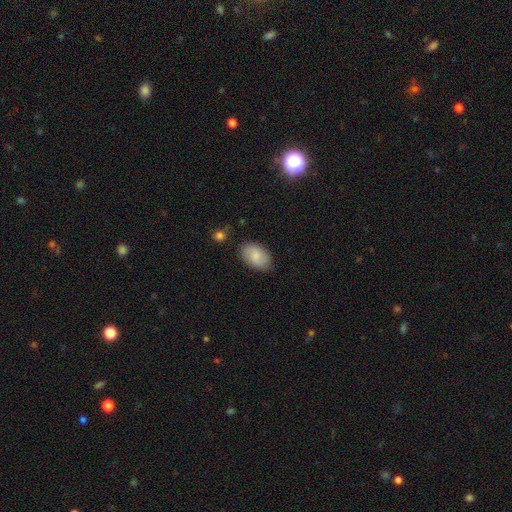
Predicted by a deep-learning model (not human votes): smooth_or_featured: smooth (p=0.81) [alt: featured or disk p=0.13]
how_rounded: in between (p=0.92) [alt: round p=0.07]
merging: none (p=0.83) [alt: minor disturbance p=0.13]